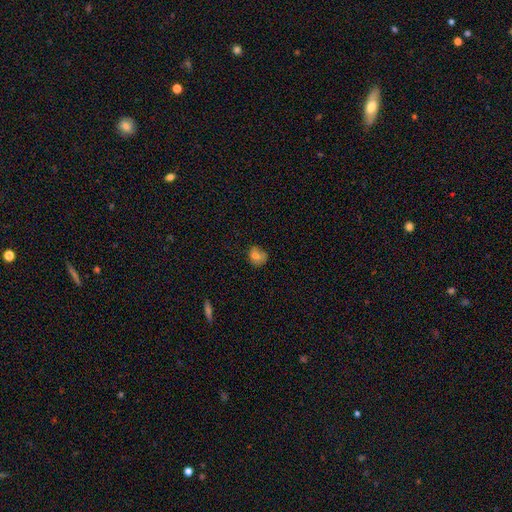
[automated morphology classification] A smooth galaxy with no disk features (73%) that is round (65%).

Vote fractions:
- Smooth or featured? smooth: 73% / featured or disk: 15% / star or artifact: 12%
- How rounded? round: 65% / in between: 34% / cigar-shaped: 1%
- Merging? none: 59% / minor disturbance: 26% / major disturbance: 10% / merger: 4%